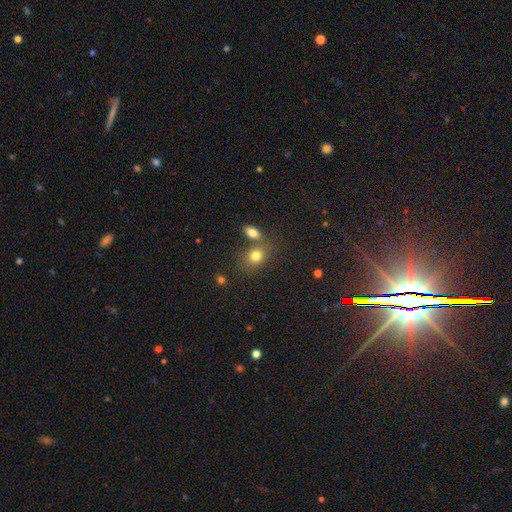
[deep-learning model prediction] Smooth or featured: smooth — 78% (star or artifact — 12%)
How rounded: in between — 59% (round — 40%)
Merging: none — 56% (merger — 27%)